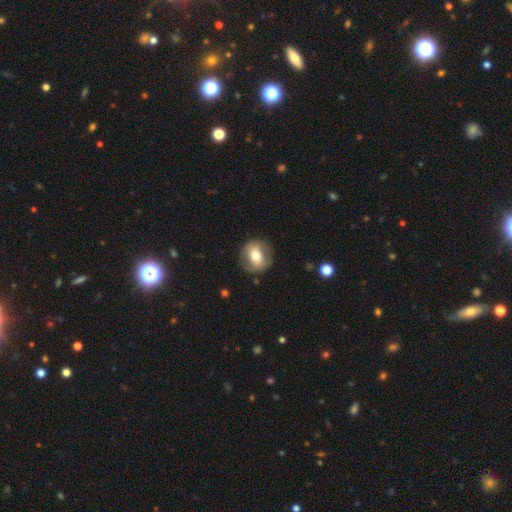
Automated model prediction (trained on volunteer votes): A smooth galaxy with no disk features (57%) that is round (77%). Merging: none (82%).